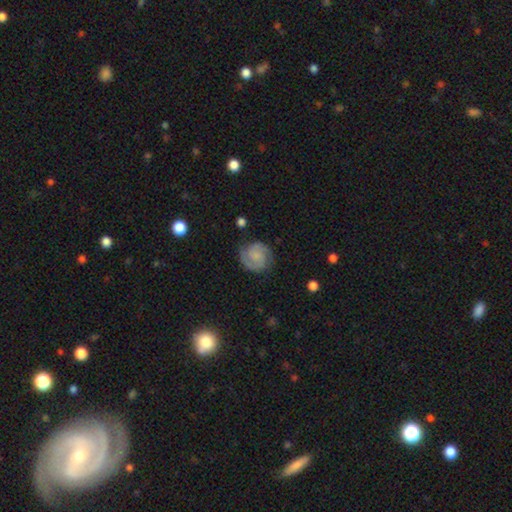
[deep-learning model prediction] Morphology: type=featured or disk (70%); edge-on=no (98%); bar=no (62%); spiral arms=yes (95%); winding=tight (51%); arm count=2 (86%); bulge=small (40%); merging=none (79%).